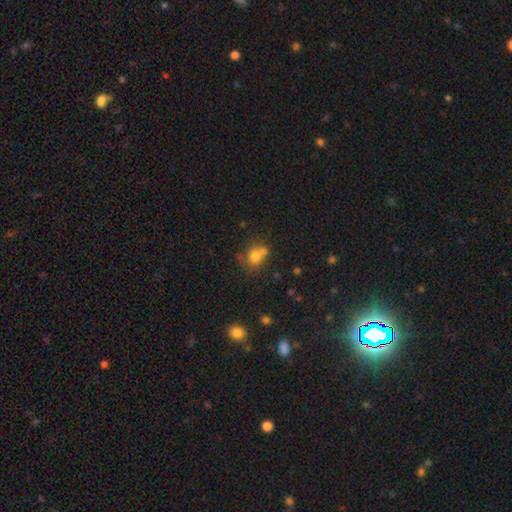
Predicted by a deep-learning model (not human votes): The model was most divided on "merging": none: 42%, merger: 36%, minor disturbance: 15%, major disturbance: 7%. More confident: smooth or featured — smooth (75%); how rounded — round (66%).